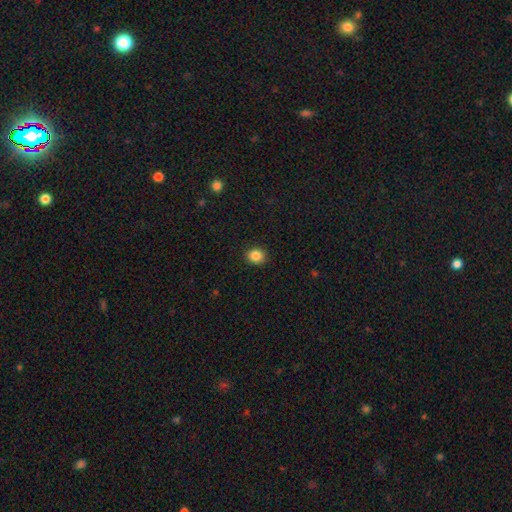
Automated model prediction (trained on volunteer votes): This is clearly a smooth galaxy (86%). How rounded: likely round (68%). Merging: clearly none (91%).